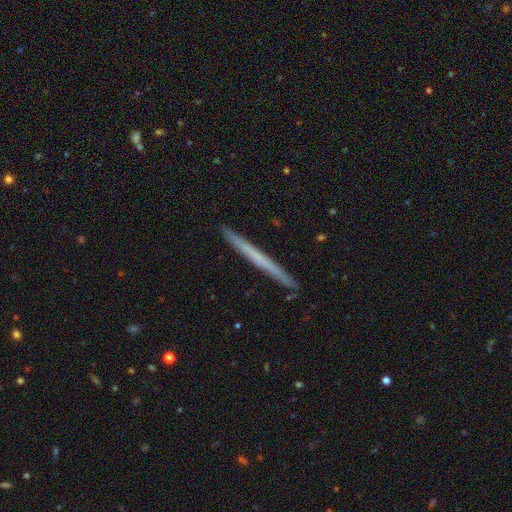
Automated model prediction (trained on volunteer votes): The model was most divided on "smooth or featured": featured or disk: 49%, smooth: 45%, star or artifact: 5%. More confident: merging — none (92%).